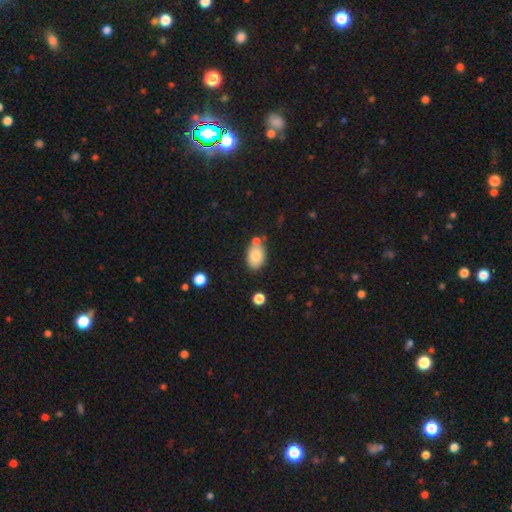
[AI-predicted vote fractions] Smooth or featured?
  - smooth: 82% *
  - featured or disk: 10%
  - star or artifact: 8%
How rounded?
  - in between: 84% *
  - round: 14%
  - cigar-shaped: 1%
Merging?
  - none: 61% *
  - merger: 18%
  - minor disturbance: 17%
  - major disturbance: 4%